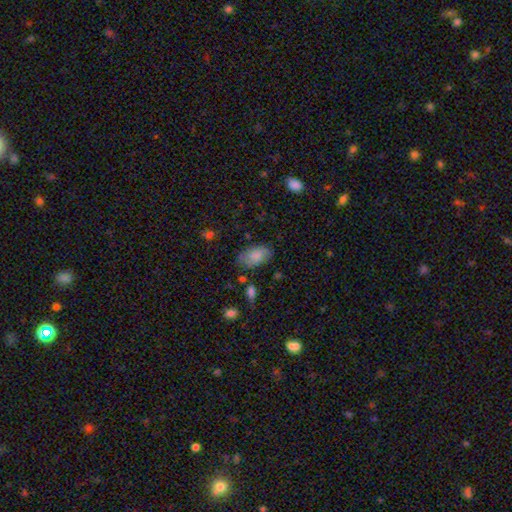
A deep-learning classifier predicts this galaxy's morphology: A smooth galaxy with no disk features (81%) that is in between round and cigar-shaped (94%). Merging: none (71%).